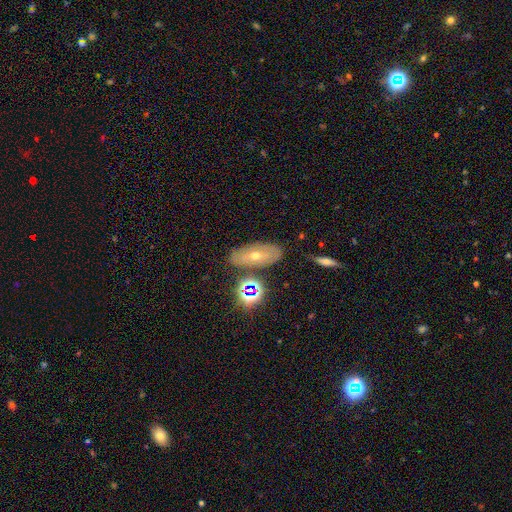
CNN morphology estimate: This appears to be a featured or disk galaxy (44%). Merging: none (78%).